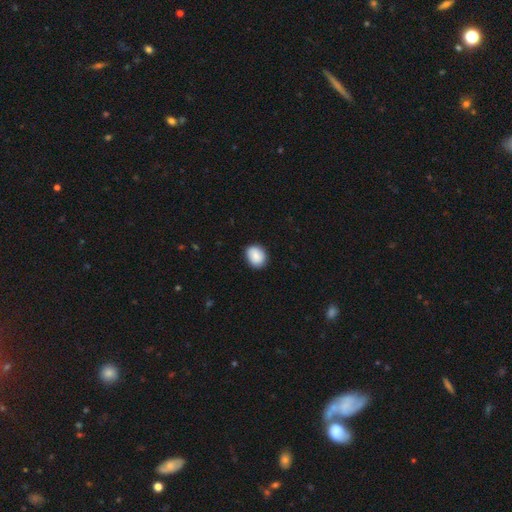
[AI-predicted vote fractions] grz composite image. It shows a smooth galaxy with no disk features (85%) that is round (54%). Merging: none (85%).